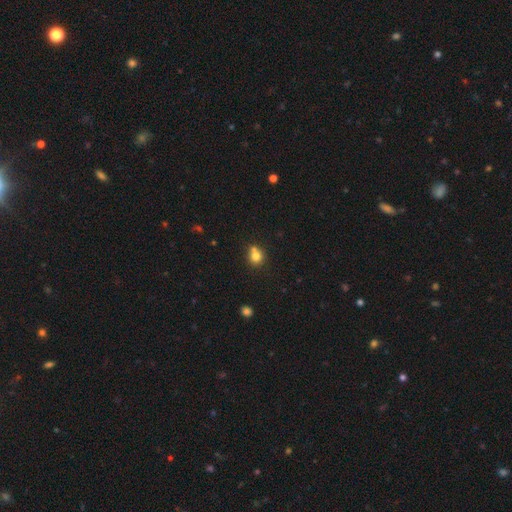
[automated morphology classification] The model was most divided on "merging": none: 50%, merger: 35%, minor disturbance: 11%, major disturbance: 3%. More confident: how rounded — round (79%); smooth or featured — smooth (78%).